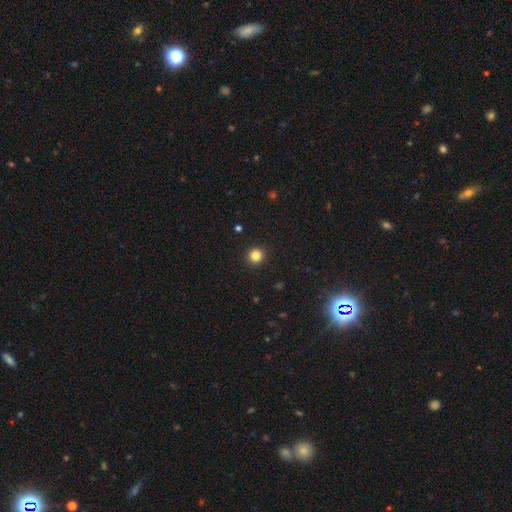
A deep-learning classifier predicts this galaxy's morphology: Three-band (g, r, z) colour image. It shows a smooth galaxy with no disk features (84%) that is round (95%). Merging: none (93%).